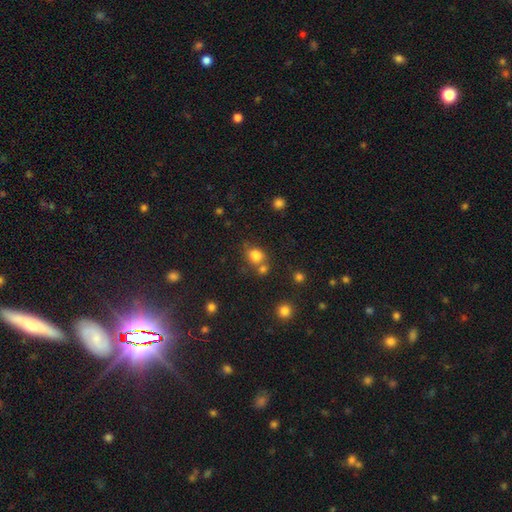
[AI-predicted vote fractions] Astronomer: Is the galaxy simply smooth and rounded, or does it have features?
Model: smooth — 79%.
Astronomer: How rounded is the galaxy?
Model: round — 59% (runner-up: in between, 40%).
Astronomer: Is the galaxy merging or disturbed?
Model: none — 52% (runner-up: merger, 30%).